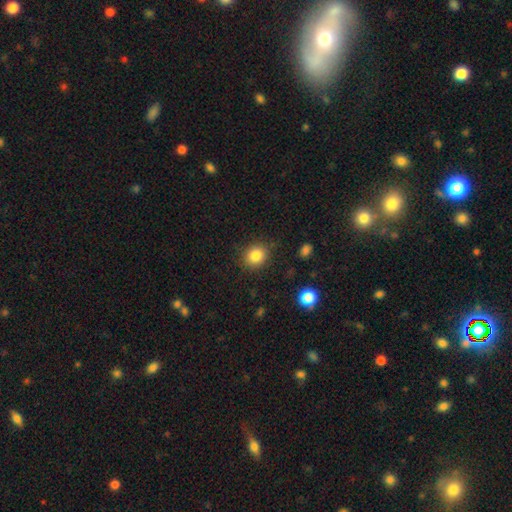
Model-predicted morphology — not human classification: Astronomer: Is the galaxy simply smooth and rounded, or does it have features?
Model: smooth — 84%.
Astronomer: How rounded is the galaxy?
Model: round — 75%.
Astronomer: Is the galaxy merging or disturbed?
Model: none — 85%.